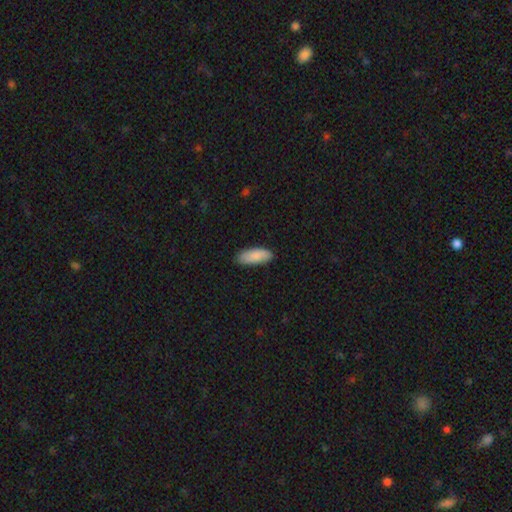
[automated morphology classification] Smooth or featured? smooth (87%)
How rounded? in between (78%)
Merging? none (84%)